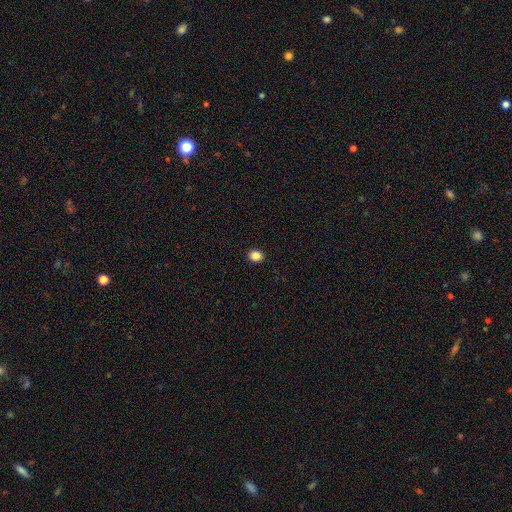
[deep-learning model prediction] Smooth or featured?
  - smooth: 86% *
  - star or artifact: 11%
  - featured or disk: 4%
How rounded?
  - round: 63% *
  - in between: 36%
  - cigar-shaped: 1%
Merging?
  - none: 92% *
  - minor disturbance: 5%
  - major disturbance: 2%
  - merger: 1%